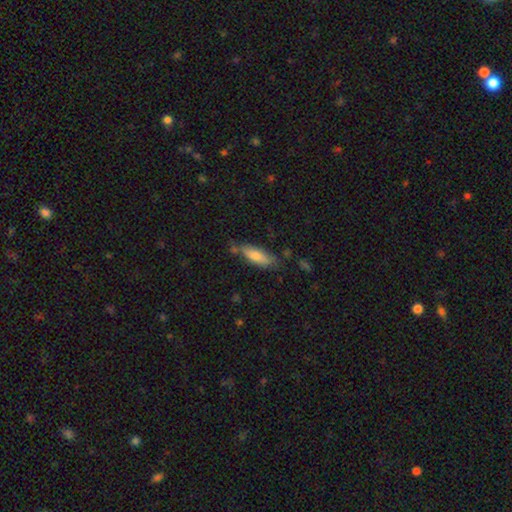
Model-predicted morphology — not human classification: type=smooth (76%); roundness=in between (55%); merging=none (65%).